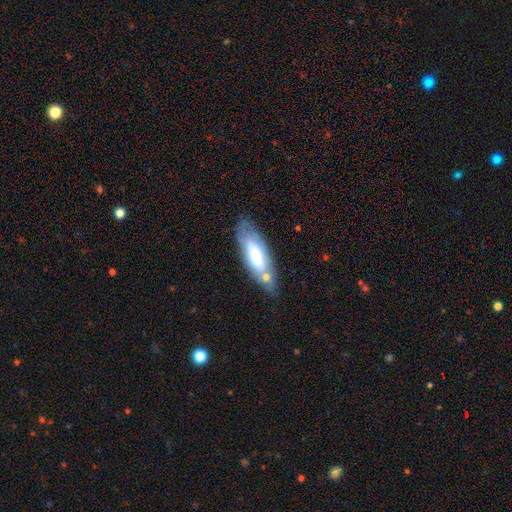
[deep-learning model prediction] This is possibly a smooth galaxy (56%). How rounded: likely in between (62%). Merging: likely none (64%).